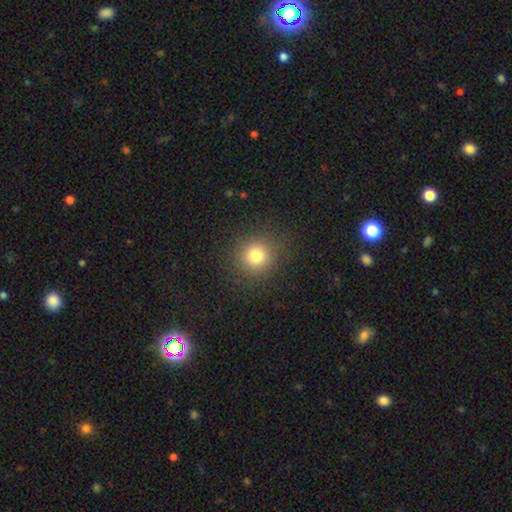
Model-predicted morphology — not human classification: type=smooth (78%); roundness=round (92%); merging=none (89%).